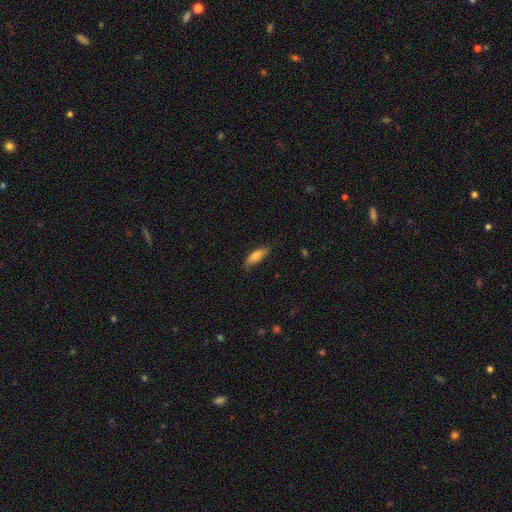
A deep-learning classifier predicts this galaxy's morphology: Smooth or featured?
  - smooth: 77% *
  - featured or disk: 16%
  - star or artifact: 7%
How rounded?
  - in between: 55% *
  - cigar-shaped: 43%
  - round: 2%
Merging?
  - none: 74% *
  - minor disturbance: 21%
  - major disturbance: 4%
  - merger: 1%